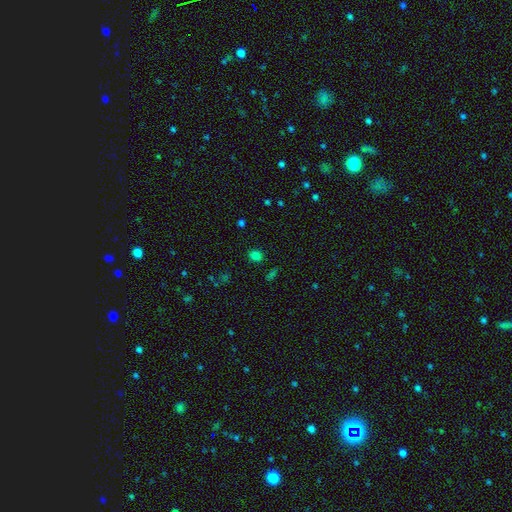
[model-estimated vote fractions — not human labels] Morphology: type=smooth (78%); roundness=round (67%); merging=none (88%).